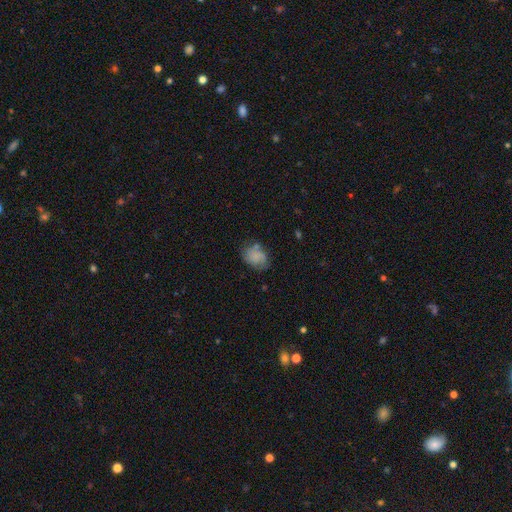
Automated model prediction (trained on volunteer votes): This is likely a smooth galaxy (66%). How rounded: likely in between (61%). Merging: possibly none (60%).